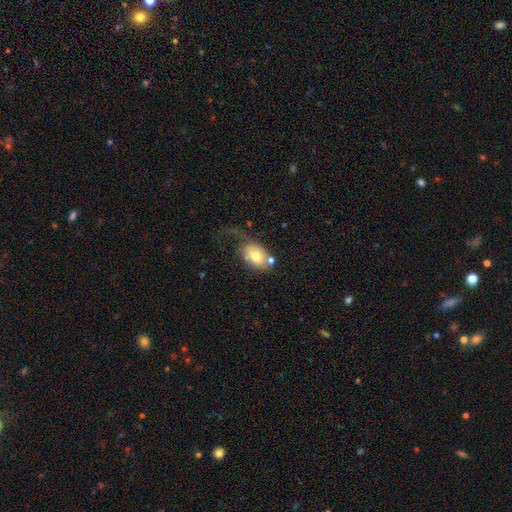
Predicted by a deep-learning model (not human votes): smooth-or-featured: smooth: 65% | featured or disk: 28% | star or artifact: 8%
  how-rounded: in between: 78% | round: 20% | cigar-shaped: 1%
  merging: major disturbance: 33% | none: 31% | minor disturbance: 21% | merger: 15%